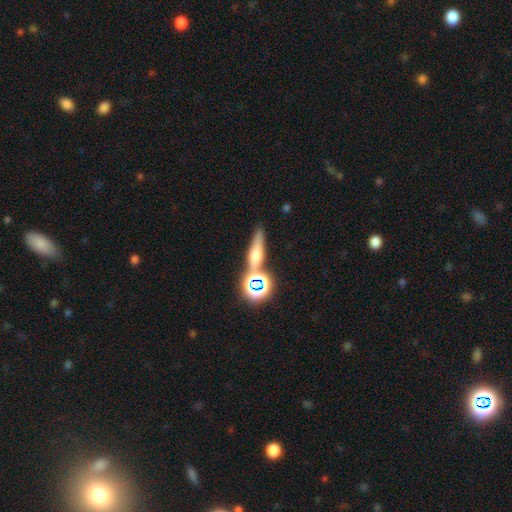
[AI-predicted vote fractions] A smooth galaxy with no disk features (44%).

Vote fractions:
- Smooth or featured? smooth: 44% / featured or disk: 32% / star or artifact: 25%
- Merging? none: 69% / merger: 16% / minor disturbance: 10% / major disturbance: 5%